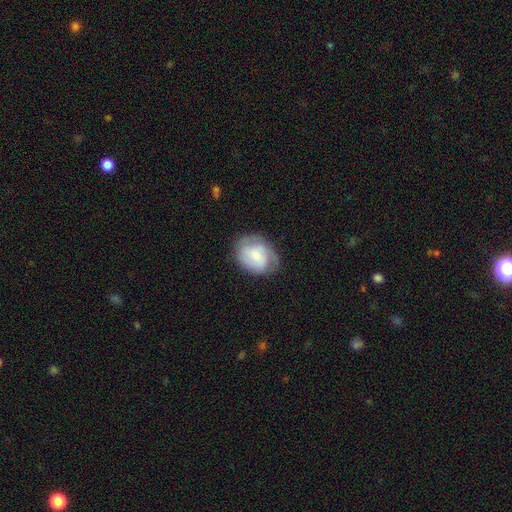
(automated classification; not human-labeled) The model was most divided on "smooth or featured": smooth: 49%, featured or disk: 43%, star or artifact: 7%. More confident: merging — none (65%).